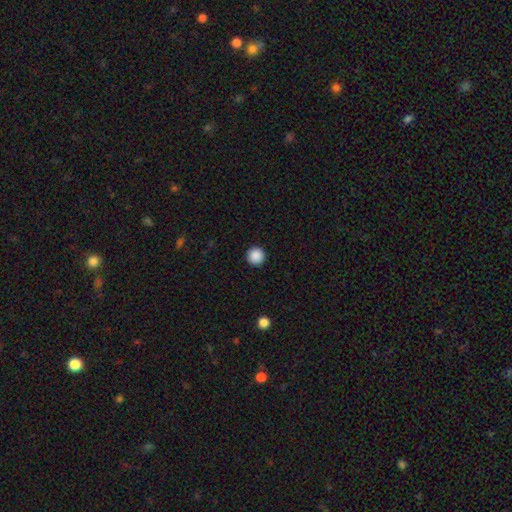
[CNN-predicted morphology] Q: Smooth or featured?
A: smooth (89%); runner-up: star or artifact (9%)
Q: How rounded?
A: round (96%); runner-up: in between (3%)
Q: Merging?
A: none (93%); runner-up: minor disturbance (4%)